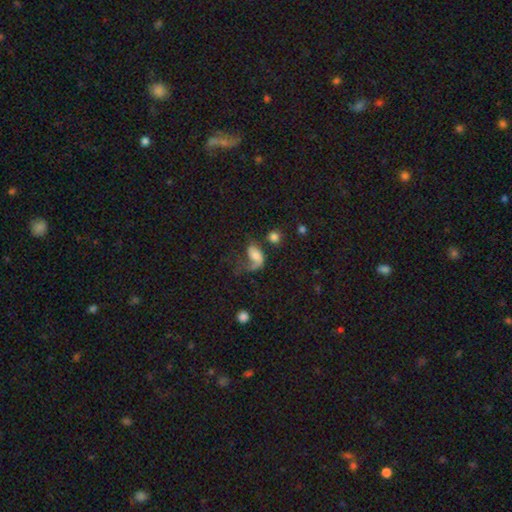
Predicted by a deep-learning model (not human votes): This appears to be a featured or disk galaxy (48%). Merging: major disturbance (52%).